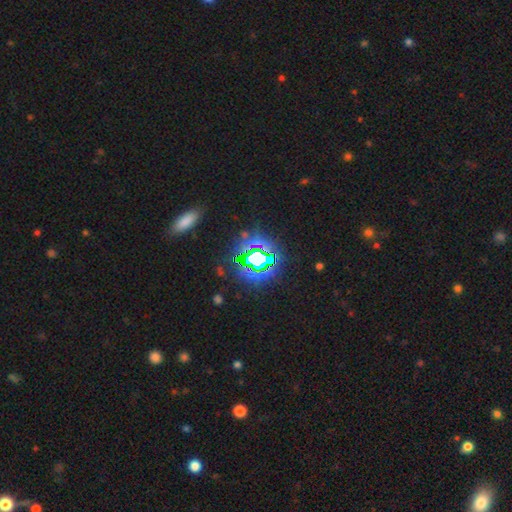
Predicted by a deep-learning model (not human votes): Smooth or featured? star or artifact (76%)